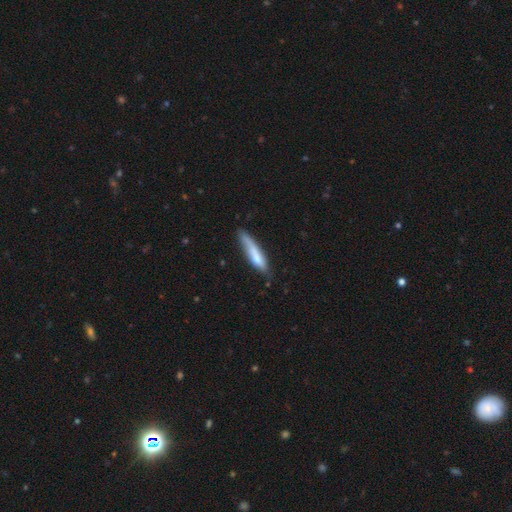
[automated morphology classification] Smooth or featured? Predicted: smooth (p=0.67). How rounded? Predicted: cigar-shaped (p=0.81). Merging? Predicted: none (p=0.58).